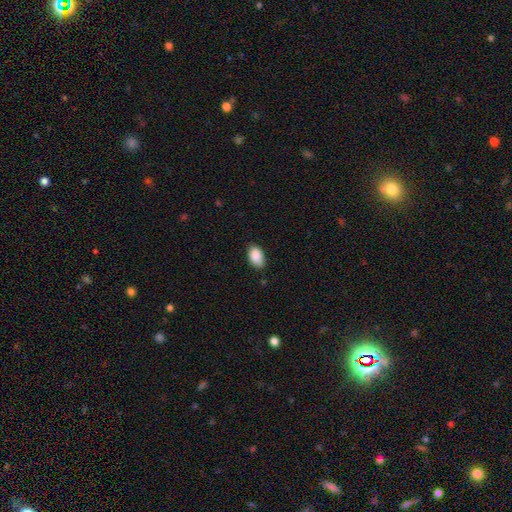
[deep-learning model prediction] Smooth or featured? smooth (90%)
How rounded? in between (93%)
Merging? none (80%)